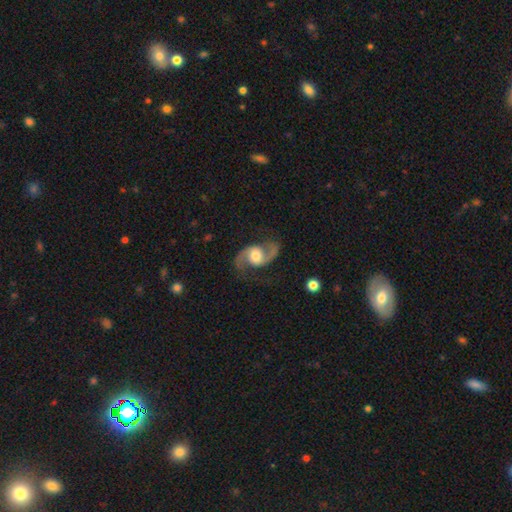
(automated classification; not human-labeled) Smooth or featured?
  - featured or disk: 90% *
  - smooth: 5%
  - star or artifact: 4%
Edge-on disk?
  - no: 98% *
  - yes: 2%
Bar?
  - no: 57% *
  - weak: 34%
  - strong: 9%
Spiral arms?
  - yes: 97% *
  - no: 3%
Spiral winding?
  - loose: 47% *
  - medium: 45%
  - tight: 8%
Spiral arm count?
  - 2: 94% *
  - 1: 1%
  - can't tell: 1%
  - 3: 1%
  - 4: 1%
  - more than 4: 1%
Bulge size?
  - moderate: 62% *
  - large: 21%
  - small: 14%
  - none: 2%
  - dominant: 2%
Merging?
  - none: 78% *
  - minor disturbance: 13%
  - major disturbance: 7%
  - merger: 1%